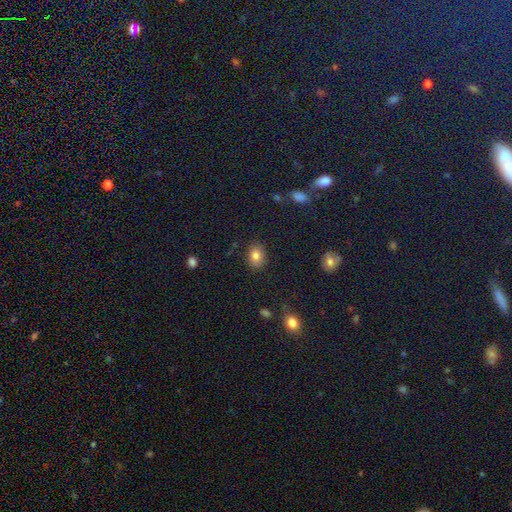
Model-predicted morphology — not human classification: Smooth or featured: smooth — 81% (star or artifact — 11%)
How rounded: in between — 59% (round — 40%)
Merging: none — 85% (minor disturbance — 11%)